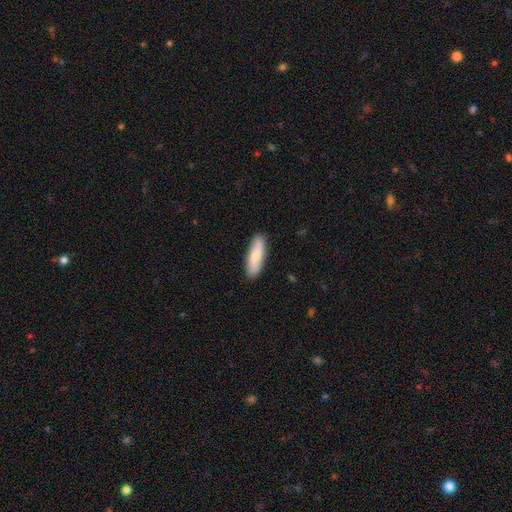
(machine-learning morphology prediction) smooth 73%, featured or disk 22%, star or artifact 5%. Down the decision tree: how rounded — cigar-shaped (53%); merging — none (87%).